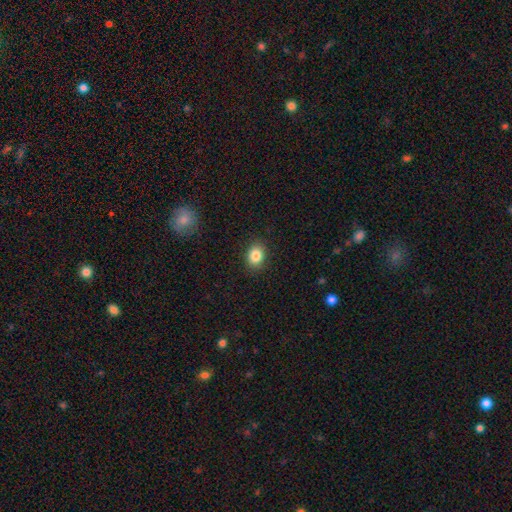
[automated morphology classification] This is clearly a smooth galaxy (84%). How rounded: possibly in between (58%). Merging: clearly none (88%).